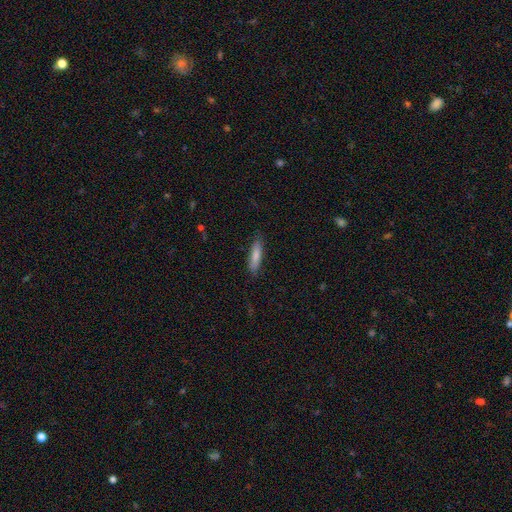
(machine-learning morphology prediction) This is likely a smooth galaxy (79%). How rounded: likely cigar-shaped (70%). Merging: clearly none (83%).